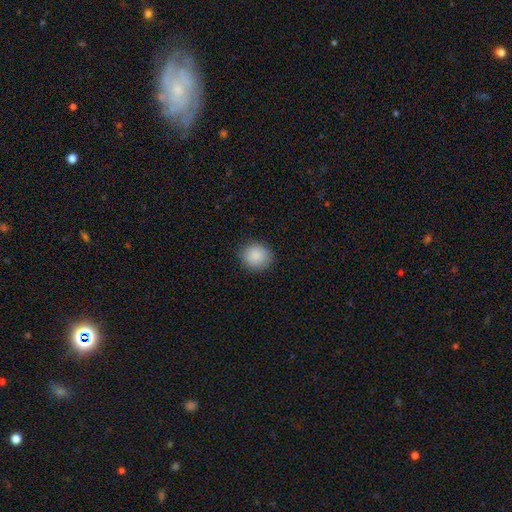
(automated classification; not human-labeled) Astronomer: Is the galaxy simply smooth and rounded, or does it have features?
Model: smooth — 87%.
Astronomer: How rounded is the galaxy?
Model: round — 81%.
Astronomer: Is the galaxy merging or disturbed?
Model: none — 88%.